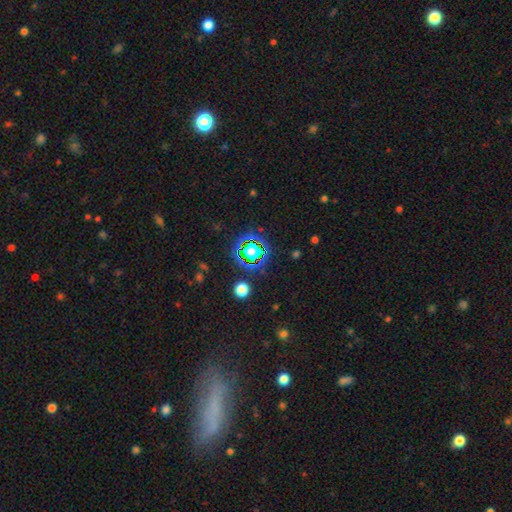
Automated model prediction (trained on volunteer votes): This appears to be a star or artifact, not a galaxy (64%).